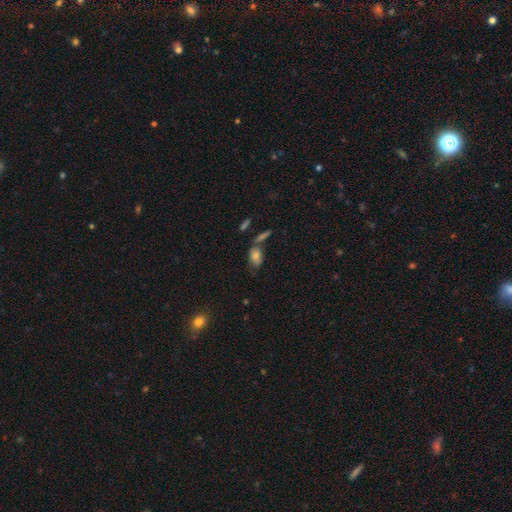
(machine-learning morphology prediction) smooth-or-featured: smooth: 74% | featured or disk: 16% | star or artifact: 10%
  how-rounded: in between: 88% | round: 8% | cigar-shaped: 4%
  merging: none: 49% | merger: 21% | minor disturbance: 21% | major disturbance: 8%